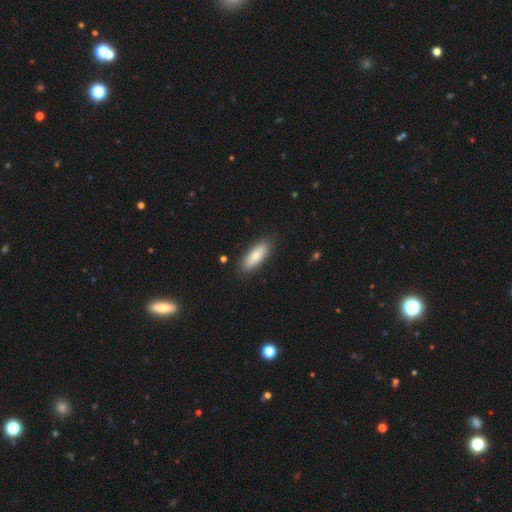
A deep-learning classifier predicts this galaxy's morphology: Smooth or featured? smooth (82%)
How rounded? in between (71%)
Merging? none (87%)